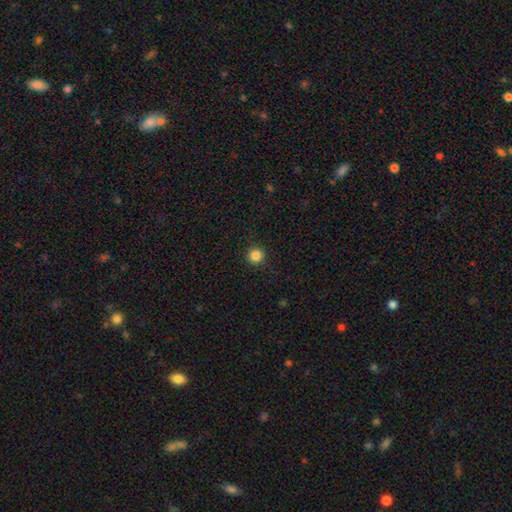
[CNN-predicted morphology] This appears to be a smooth galaxy with no disk features (85%) that is round (96%). Merging: none (93%).